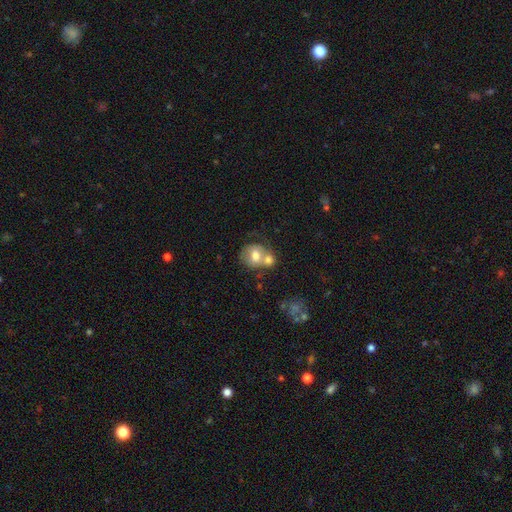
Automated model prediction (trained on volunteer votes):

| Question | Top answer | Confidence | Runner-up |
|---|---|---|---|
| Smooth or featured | smooth | 65% | featured or disk (28%) |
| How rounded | round | 62% | in between (37%) |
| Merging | merger | 55% | none (27%) |